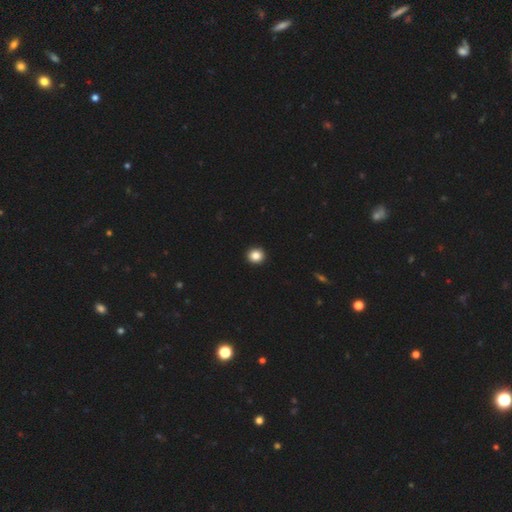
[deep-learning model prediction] smooth_or_featured: smooth (p=0.86) [alt: star or artifact p=0.10]
how_rounded: round (p=0.91) [alt: in between p=0.08]
merging: none (p=0.94) [alt: minor disturbance p=0.04]